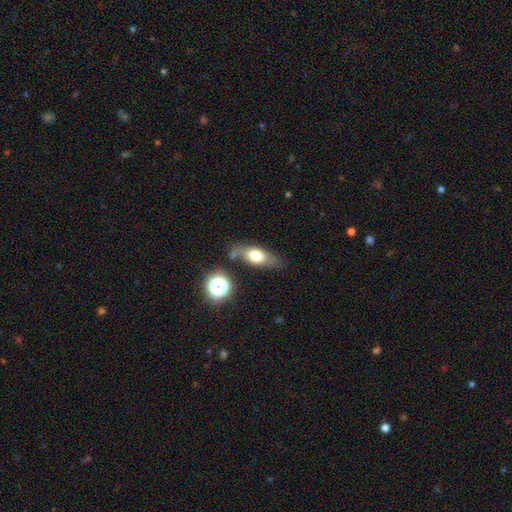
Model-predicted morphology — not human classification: The model was most divided on "smooth or featured": smooth: 62%, featured or disk: 28%, star or artifact: 10%. More confident: how rounded — in between (70%); merging — none (63%).